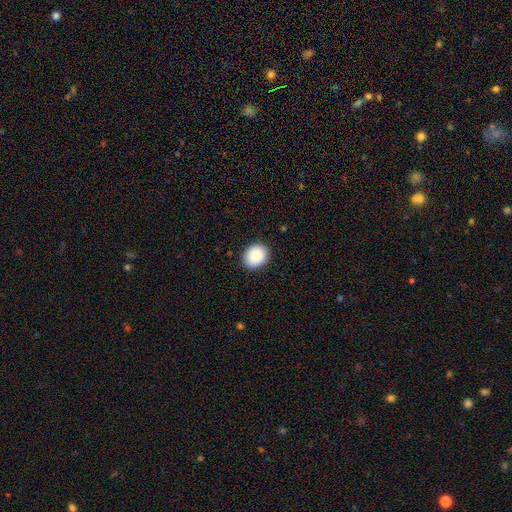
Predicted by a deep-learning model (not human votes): smooth 89%, star or artifact 7%, featured or disk 3%. Down the decision tree: how rounded — round (61%); merging — none (90%).